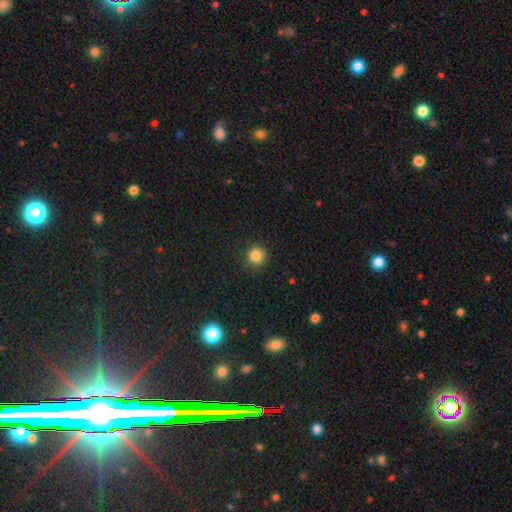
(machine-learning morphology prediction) Smooth or featured? Predicted: smooth (p=0.86). How rounded? Predicted: round (p=0.90). Merging? Predicted: none (p=0.88).